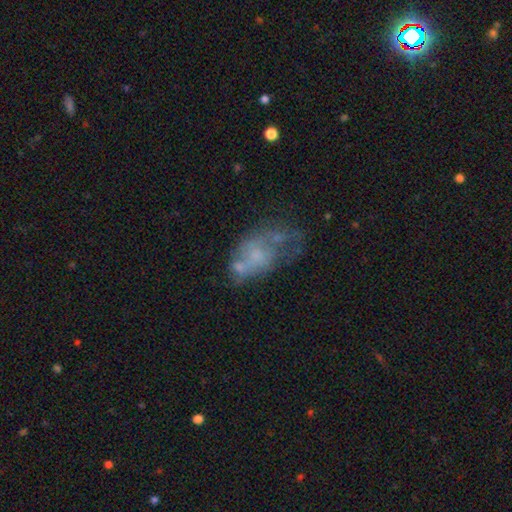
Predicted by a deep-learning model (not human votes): Smooth or featured?
  - featured or disk: 53% *
  - smooth: 34%
  - star or artifact: 13%
Edge-on disk?
  - no: 96% *
  - yes: 4%
Bar?
  - no: 86% *
  - weak: 12%
  - strong: 2%
Spiral arms?
  - no: 79% *
  - yes: 21%
Bulge size?
  - none: 47% *
  - small: 31%
  - moderate: 18%
  - large: 3%
  - dominant: 1%
Merging?
  - none: 34% *
  - major disturbance: 27%
  - minor disturbance: 22%
  - merger: 17%